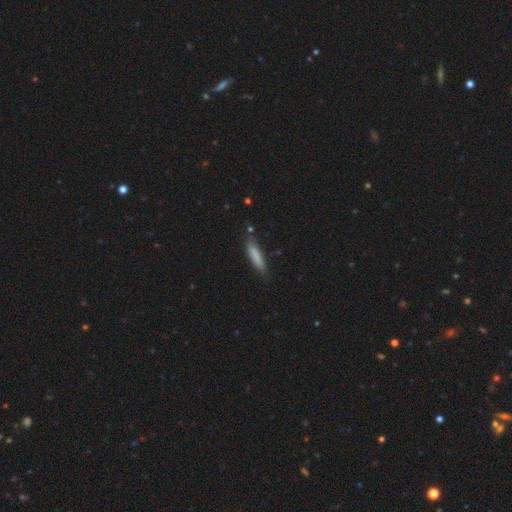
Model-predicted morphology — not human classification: A smooth galaxy with no disk features (82%) that is cigar-shaped (82%). Merging: none (78%).